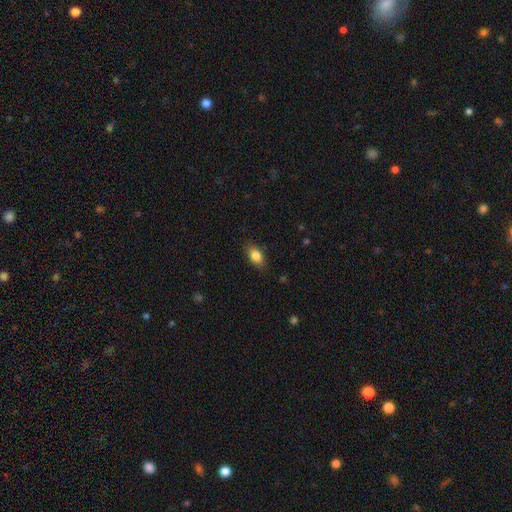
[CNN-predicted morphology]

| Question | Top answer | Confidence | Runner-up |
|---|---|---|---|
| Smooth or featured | smooth | 84% | featured or disk (8%) |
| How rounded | in between | 87% | round (8%) |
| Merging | none | 84% | minor disturbance (13%) |